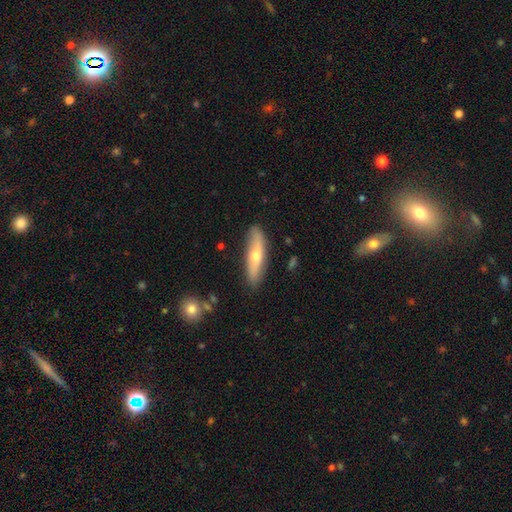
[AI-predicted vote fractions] This is possibly a smooth galaxy (50%). Merging: clearly none (85%).